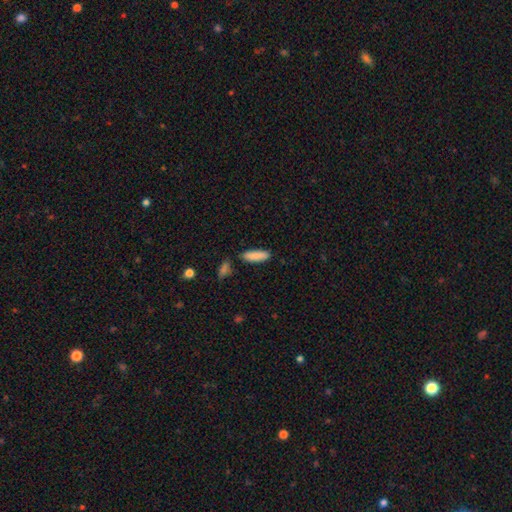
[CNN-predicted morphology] Smooth or featured: smooth — 88% (star or artifact — 6%)
How rounded: cigar-shaped — 49% (tied with in between — 49%)
Merging: none — 81% (minor disturbance — 11%)